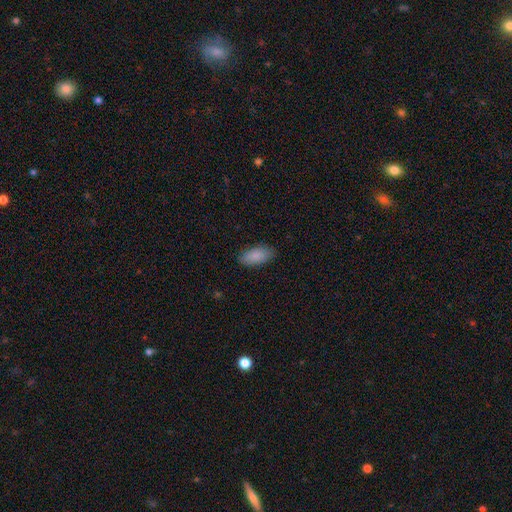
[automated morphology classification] This is clearly a smooth galaxy (88%). How rounded: clearly in between (89%). Merging: clearly none (87%).